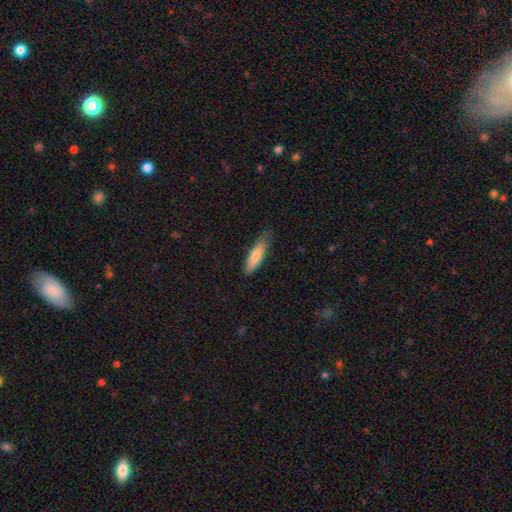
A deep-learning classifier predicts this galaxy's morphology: Q: Smooth or featured?
A: smooth (81%); runner-up: featured or disk (14%)
Q: How rounded?
A: cigar-shaped (66%); runner-up: in between (32%)
Q: Merging?
A: none (66%); runner-up: minor disturbance (28%)